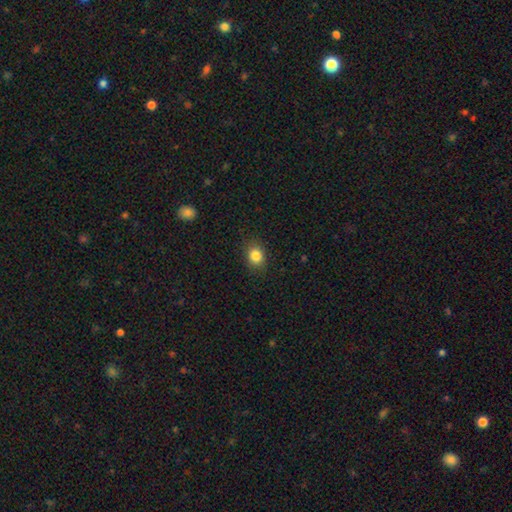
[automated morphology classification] Smooth or featured? smooth (85%)
How rounded? round (55%)
Merging? none (87%)